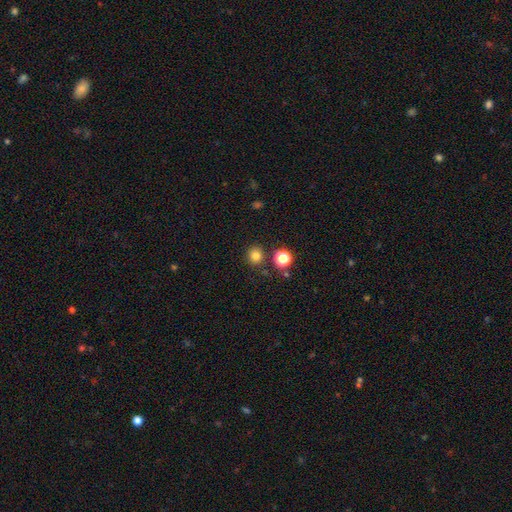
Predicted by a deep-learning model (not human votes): A smooth galaxy with no disk features (79%) that is round (90%).

Vote fractions:
- Smooth or featured? smooth: 79% / star or artifact: 16% / featured or disk: 5%
- How rounded? round: 90% / in between: 9% / cigar-shaped: 1%
- Merging? none: 86% / minor disturbance: 7% / merger: 5% / major disturbance: 2%